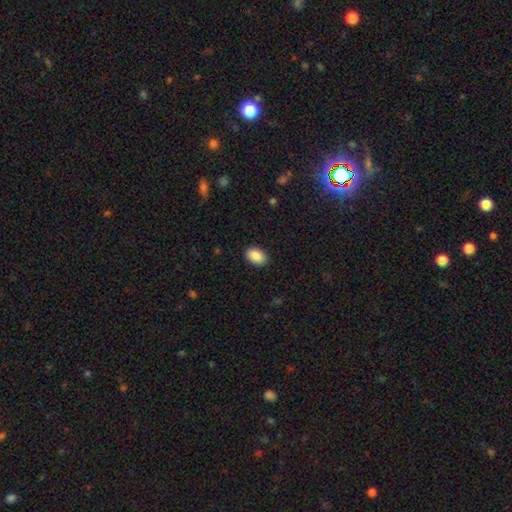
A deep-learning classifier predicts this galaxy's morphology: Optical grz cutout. It shows a smooth galaxy with no disk features (89%) that is in between round and cigar-shaped (87%). Merging: none (89%).